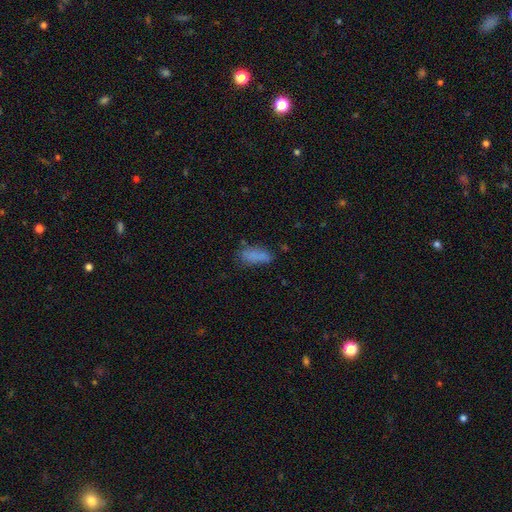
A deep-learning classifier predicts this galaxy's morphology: This is likely a smooth galaxy (79%). How rounded: likely in between (75%). Merging: possibly none (59%).